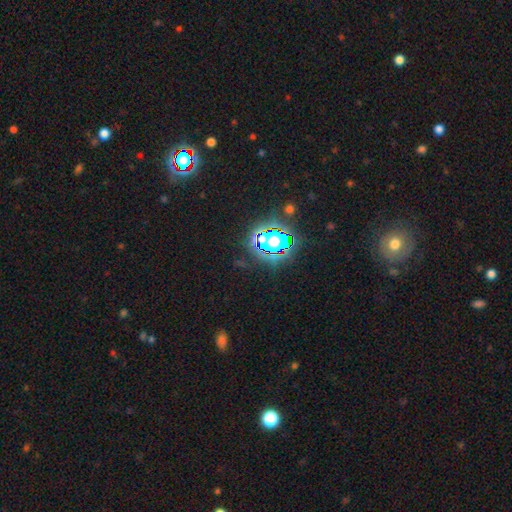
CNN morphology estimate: This appears to be a star or artifact, not a galaxy (81%).